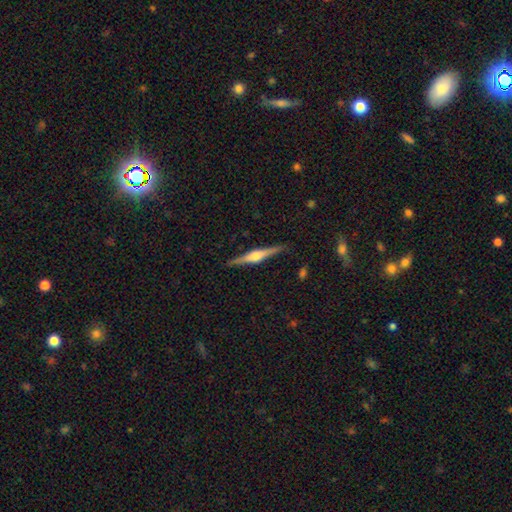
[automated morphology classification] featured or disk 78%, smooth 16%, star or artifact 6%. Down the decision tree: edge-on disk — yes (98%); edge-on bulge — rounded (83%); merging — none (90%).